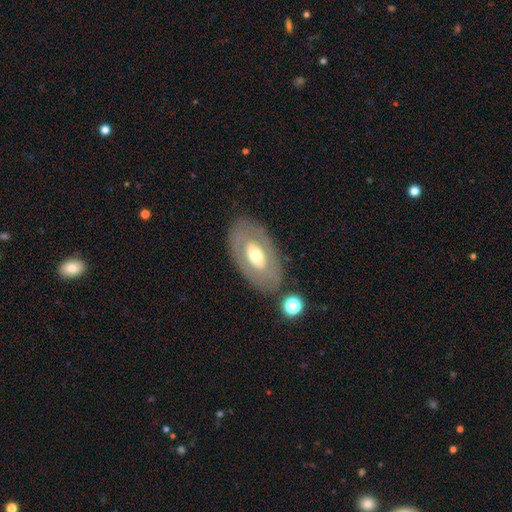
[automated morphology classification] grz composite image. It shows a featured or disk galaxy (53%). Merging: none (82%).